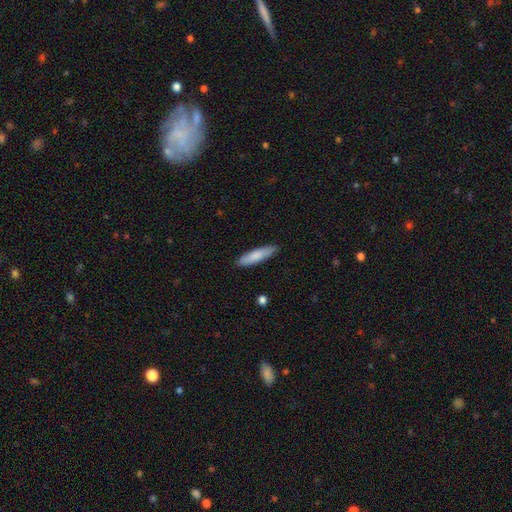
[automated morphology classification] The model was most divided on "how rounded": cigar-shaped: 75%, in between: 24%, round: 1%. More confident: merging — none (87%); smooth or featured — smooth (81%).